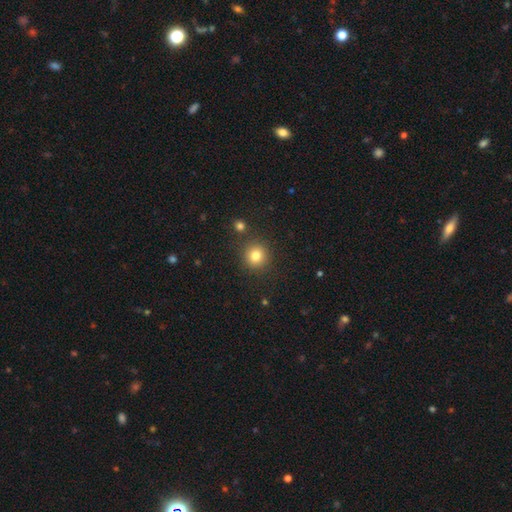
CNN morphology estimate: Smooth or featured? Predicted: smooth (p=0.82). How rounded? Predicted: round (p=0.92). Merging? Predicted: none (p=0.87).